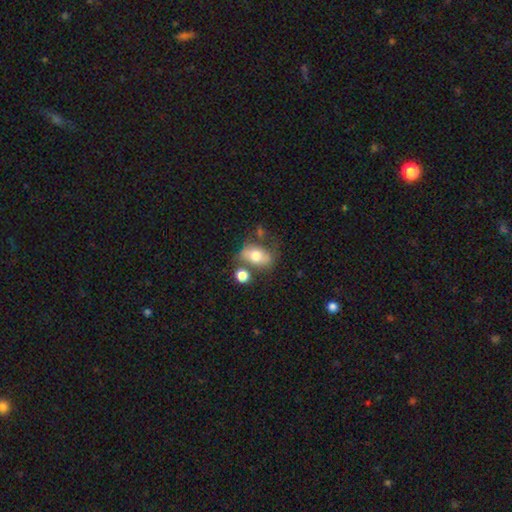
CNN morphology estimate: smooth-or-featured: smooth: 63% | featured or disk: 27% | star or artifact: 9%
  how-rounded: in between: 79% | round: 19% | cigar-shaped: 2%
  merging: none: 47% | minor disturbance: 21% | merger: 20% | major disturbance: 12%